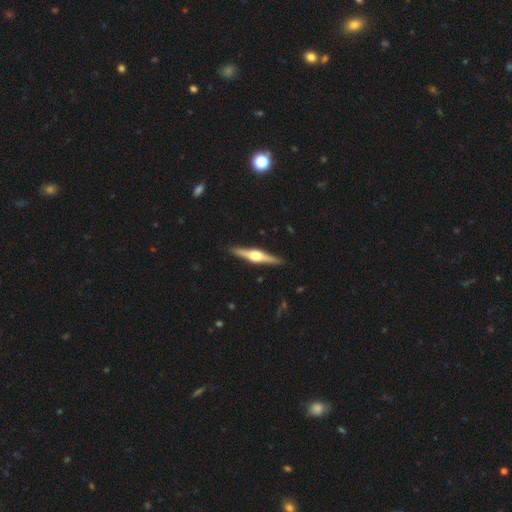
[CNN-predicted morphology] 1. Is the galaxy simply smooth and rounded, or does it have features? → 78% featured or disk, 17% smooth, 5% star or artifact.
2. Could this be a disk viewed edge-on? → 98% yes, 2% no.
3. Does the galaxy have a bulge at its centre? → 93% rounded, 5% boxy, 2% none.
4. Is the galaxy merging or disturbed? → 92% none, 6% minor disturbance, 1% major disturbance, 1% merger.